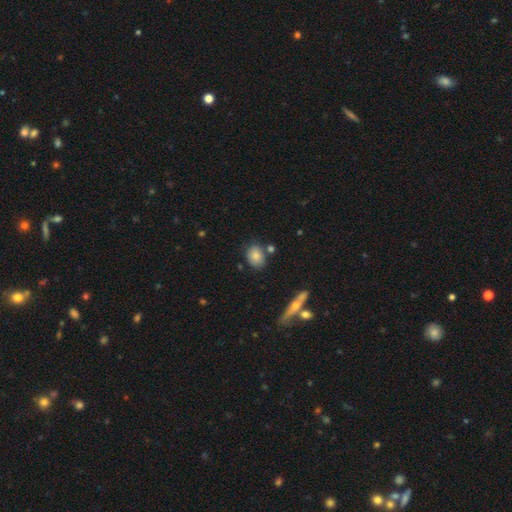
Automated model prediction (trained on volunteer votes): This is clearly a smooth galaxy (81%). How rounded: likely in between (67%). Merging: likely none (73%).